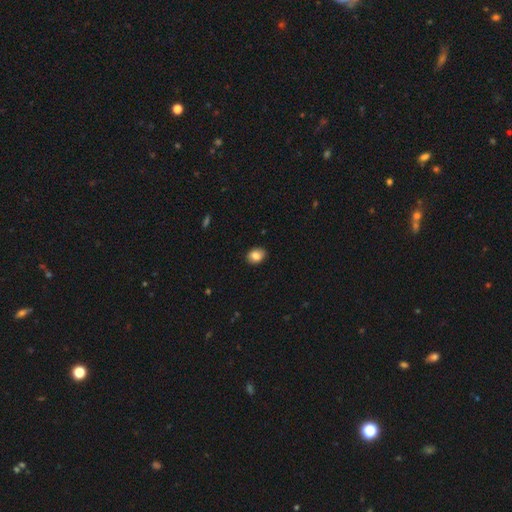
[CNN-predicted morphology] The model was most divided on "how rounded": in between: 61%, round: 38%, cigar-shaped: 1%. More confident: merging — none (88%); smooth or featured — smooth (85%).